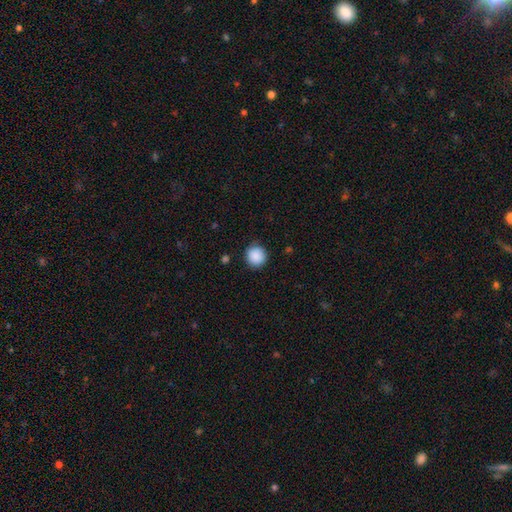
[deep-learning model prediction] Morphology: type=smooth (89%); roundness=round (93%); merging=none (86%).